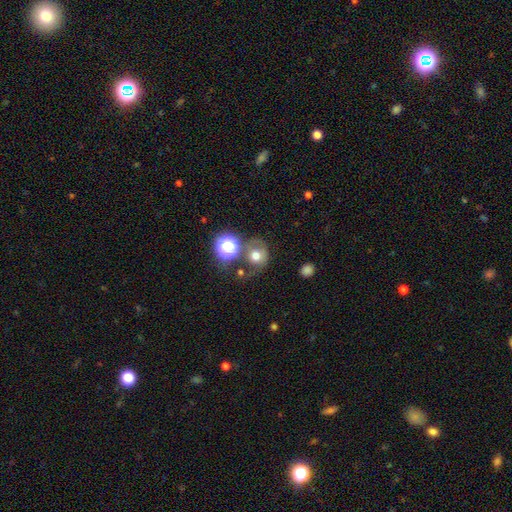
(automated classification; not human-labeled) smooth_or_featured: smooth (p=0.63) [alt: featured or disk p=0.19]
how_rounded: round (p=0.76) [alt: in between p=0.23]
merging: none (p=0.55) [alt: minor disturbance p=0.18]